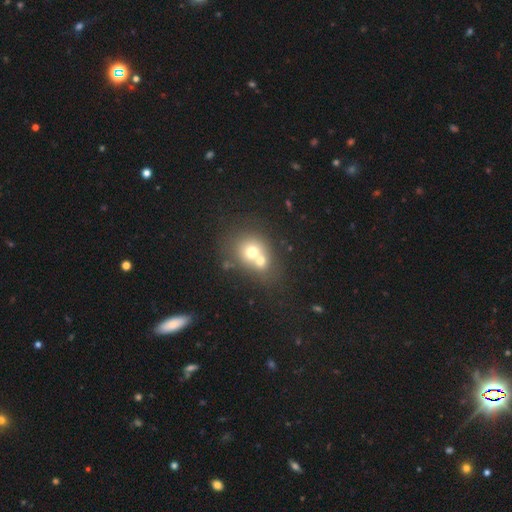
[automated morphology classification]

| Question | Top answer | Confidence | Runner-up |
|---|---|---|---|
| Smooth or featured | smooth | 63% | featured or disk (24%) |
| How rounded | round | 73% | in between (26%) |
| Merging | merger | 64% | none (27%) |